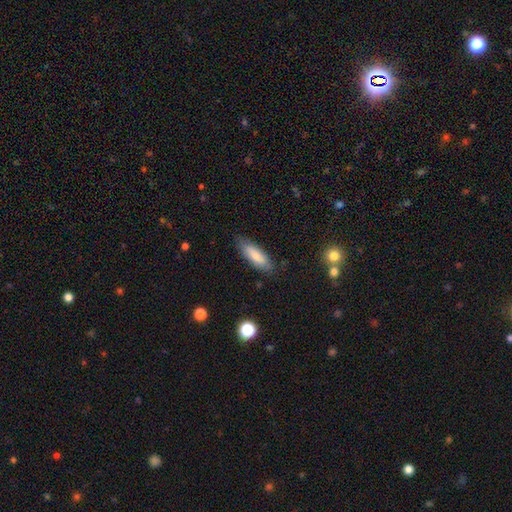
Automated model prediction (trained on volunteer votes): smooth-or-featured: smooth: 82% | featured or disk: 11% | star or artifact: 6%
  how-rounded: in between: 56% | cigar-shaped: 42% | round: 2%
  merging: none: 81% | minor disturbance: 15% | major disturbance: 3% | merger: 1%